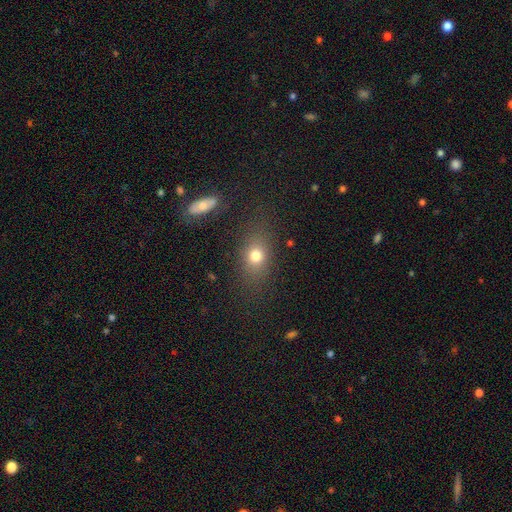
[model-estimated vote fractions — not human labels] Smooth or featured? Predicted: smooth (p=0.75). How rounded? Predicted: in between (p=0.62). Merging? Predicted: none (p=0.77).